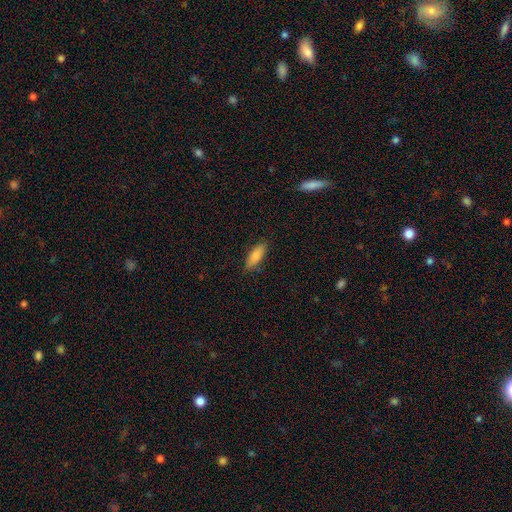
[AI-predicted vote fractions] Smooth or featured?
  - smooth: 86% *
  - featured or disk: 7%
  - star or artifact: 6%
How rounded?
  - in between: 68% *
  - cigar-shaped: 30%
  - round: 2%
Merging?
  - none: 85% *
  - minor disturbance: 12%
  - major disturbance: 2%
  - merger: 1%